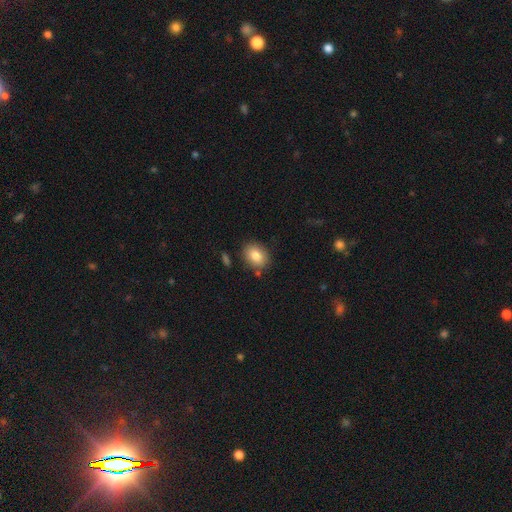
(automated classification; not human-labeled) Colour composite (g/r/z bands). It shows a smooth galaxy with no disk features (83%) that is in between round and cigar-shaped (66%). Merging: none (83%).